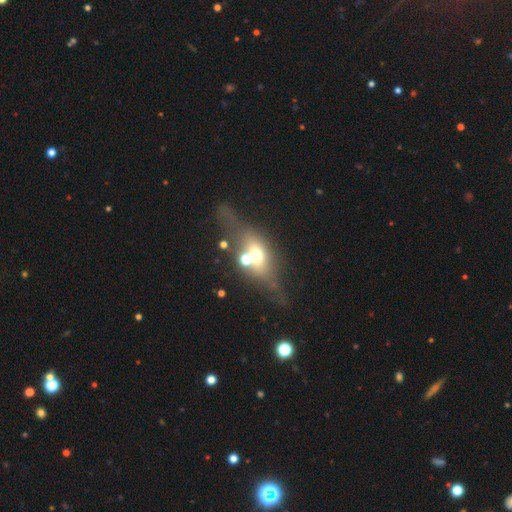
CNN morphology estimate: A featured or disk galaxy (53%) viewed edge-on (68%).

Vote fractions:
- Smooth or featured? featured or disk: 53% / smooth: 33% / star or artifact: 14%
- Edge-on disk? yes: 68% / no: 32%
- Merging? none: 53% / merger: 17% / minor disturbance: 17% / major disturbance: 14%